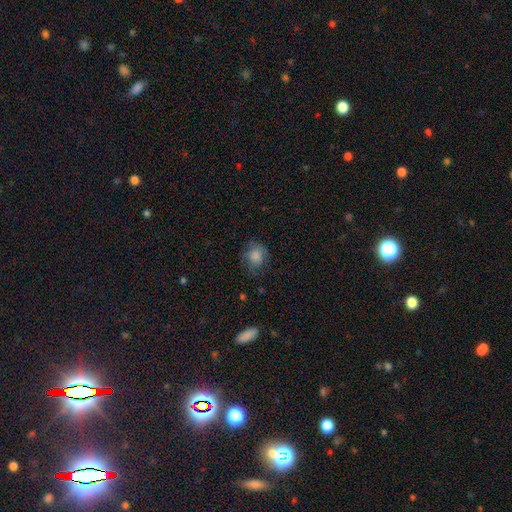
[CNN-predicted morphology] type=smooth (80%); roundness=round (72%); merging=none (67%).